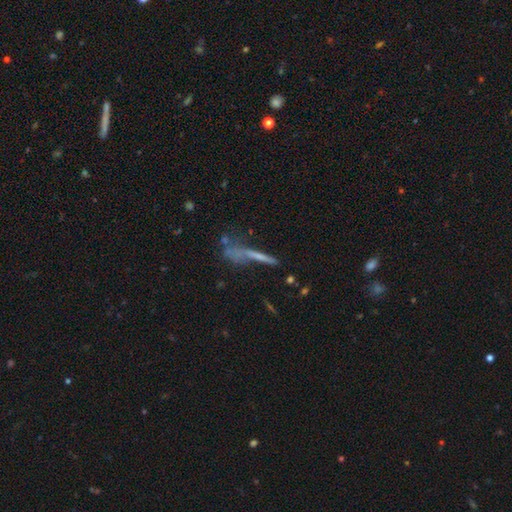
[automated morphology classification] The model was most divided on "smooth or featured" (2-way tie): smooth: 42%, featured or disk: 42%, star or artifact: 16%. Remaining: merging — none (43%).